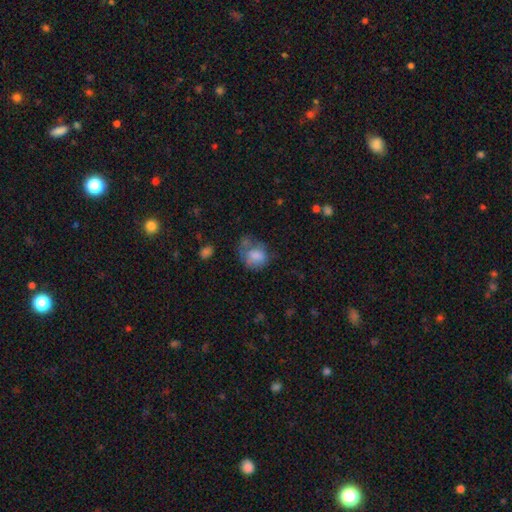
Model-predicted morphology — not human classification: smooth_or_featured: smooth (p=0.71) [alt: featured or disk p=0.20]
how_rounded: round (p=0.55) [alt: in between p=0.44]
merging: none (p=0.34) [alt: minor disturbance p=0.29]